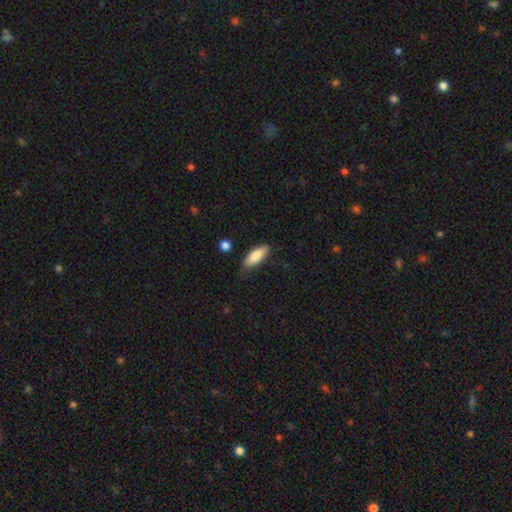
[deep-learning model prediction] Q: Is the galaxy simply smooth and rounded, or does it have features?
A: smooth — 85%.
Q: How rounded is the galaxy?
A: in between — 71%.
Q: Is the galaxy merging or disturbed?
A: none — 68%.